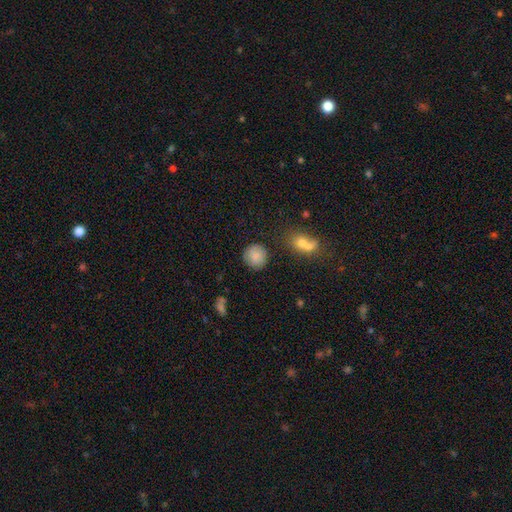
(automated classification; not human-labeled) Morphology: type=smooth (84%); roundness=round (90%); merging=none (83%).